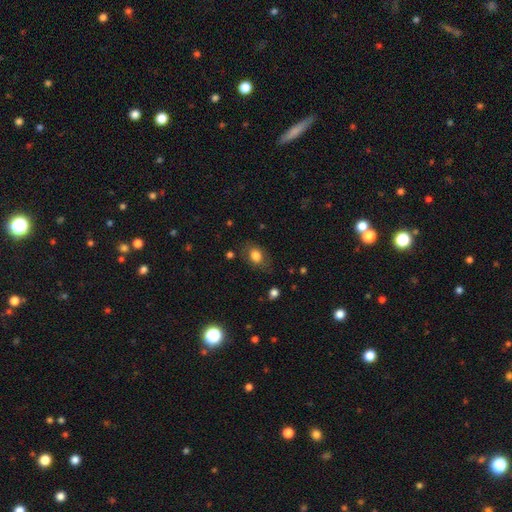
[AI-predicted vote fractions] A smooth galaxy with no disk features (79%) that is in between round and cigar-shaped (72%).

Vote fractions:
- Smooth or featured? smooth: 79% / featured or disk: 12% / star or artifact: 9%
- How rounded? in between: 72% / round: 27% / cigar-shaped: 1%
- Merging? none: 72% / minor disturbance: 20% / major disturbance: 7% / merger: 2%